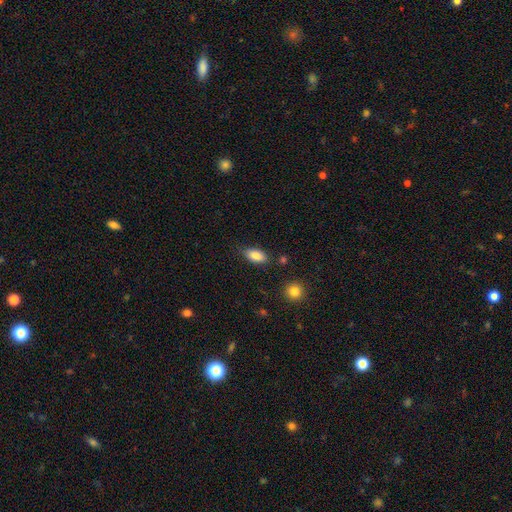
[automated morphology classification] smooth-or-featured: smooth: 85% | star or artifact: 8% | featured or disk: 7%
  how-rounded: in between: 90% | cigar-shaped: 6% | round: 4%
  merging: none: 78% | minor disturbance: 16% | major disturbance: 3% | merger: 3%